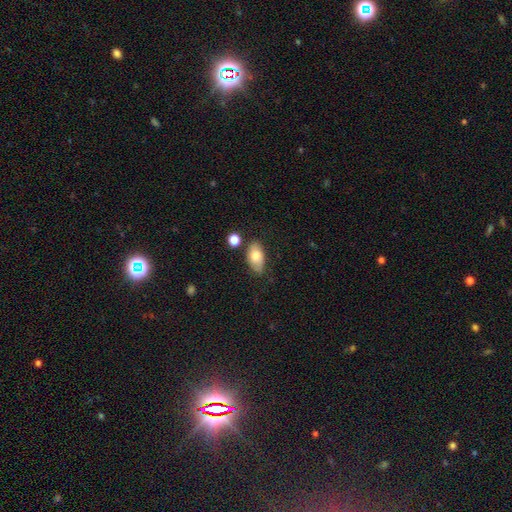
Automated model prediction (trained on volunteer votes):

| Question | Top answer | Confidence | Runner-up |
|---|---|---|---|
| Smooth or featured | smooth | 78% | featured or disk (15%) |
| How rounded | in between | 91% | round (6%) |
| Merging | none | 74% | minor disturbance (17%) |